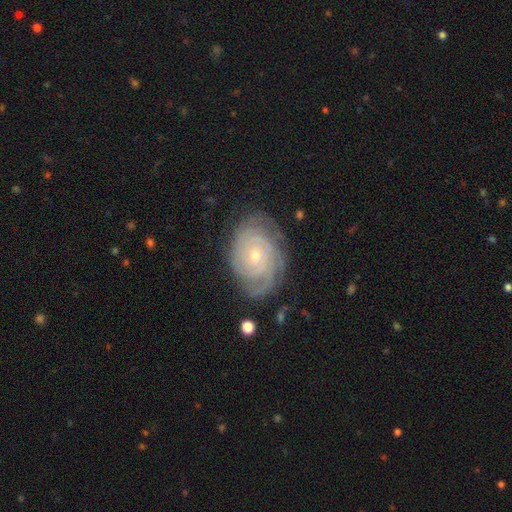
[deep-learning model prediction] smooth-or-featured: featured or disk: 83% | smooth: 11% | star or artifact: 6%
  disk-edge-on: no: 96% | yes: 4%
    bar: no: 80% | weak: 17% | strong: 3%
    has-spiral-arms: yes: 95% | no: 5%
      spiral-winding: tight: 77% | medium: 19% | loose: 5%
      spiral-arm-count: can't tell: 36% | 3: 19% | 2: 18% | 4: 15% | more than 4: 7% | 1: 6%
    bulge-size: small: 66% | moderate: 31% | large: 1% | none: 1% | dominant: 1%
  merging: none: 74% | minor disturbance: 18% | major disturbance: 7% | merger: 1%